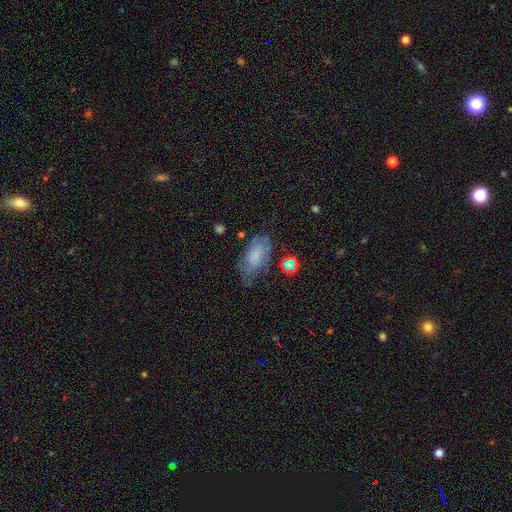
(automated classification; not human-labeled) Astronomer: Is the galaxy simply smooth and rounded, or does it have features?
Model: smooth — 59%.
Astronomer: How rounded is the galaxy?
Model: in between — 90%.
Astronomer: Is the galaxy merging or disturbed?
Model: none — 52% (runner-up: minor disturbance, 29%).